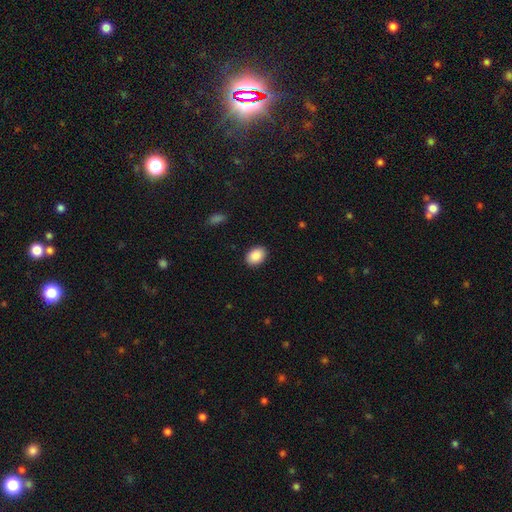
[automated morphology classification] A smooth galaxy with no disk features (90%) that is in between round and cigar-shaped (76%).

Vote fractions:
- Smooth or featured? smooth: 90% / star or artifact: 7% / featured or disk: 3%
- How rounded? in between: 76% / round: 23% / cigar-shaped: 1%
- Merging? none: 90% / minor disturbance: 7% / major disturbance: 2% / merger: 1%